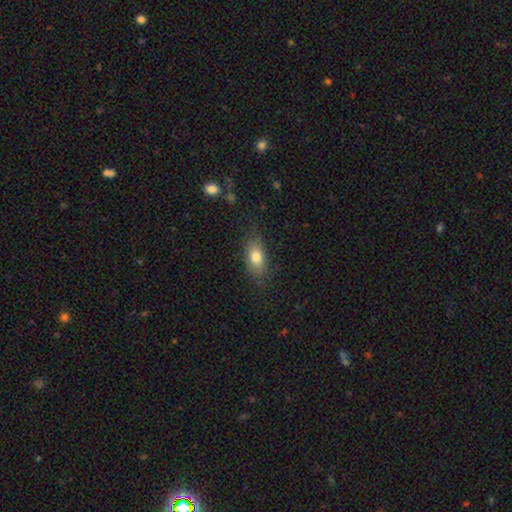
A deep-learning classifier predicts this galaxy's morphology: Q: Smooth or featured?
A: smooth (79%); runner-up: featured or disk (13%)
Q: How rounded?
A: in between (83%); runner-up: cigar-shaped (8%)
Q: Merging?
A: none (78%); runner-up: minor disturbance (17%)